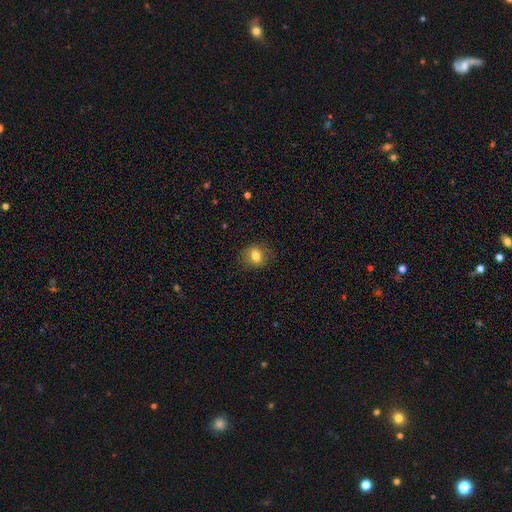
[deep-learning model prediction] Smooth or featured?
  - smooth: 78% *
  - featured or disk: 12%
  - star or artifact: 11%
How rounded?
  - round: 60% *
  - in between: 39%
  - cigar-shaped: 1%
Merging?
  - none: 83% *
  - minor disturbance: 12%
  - major disturbance: 4%
  - merger: 1%